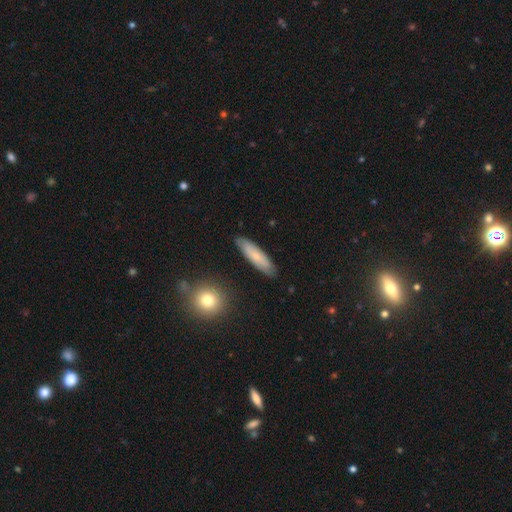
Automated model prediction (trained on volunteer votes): Overall: smooth (65%; featured or disk 29%). How rounded: cigar-shaped (67%; in between 31%). Merging: none (85%).